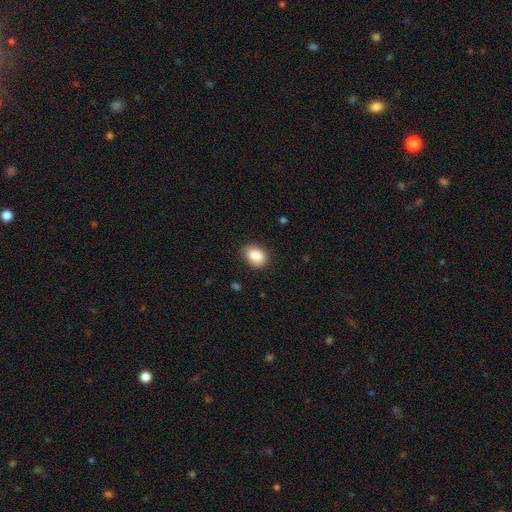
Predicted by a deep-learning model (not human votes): smooth_or_featured: smooth (p=0.88) [alt: star or artifact p=0.08]
how_rounded: in between (p=0.74) [alt: round p=0.25]
merging: none (p=0.81) [alt: minor disturbance p=0.15]